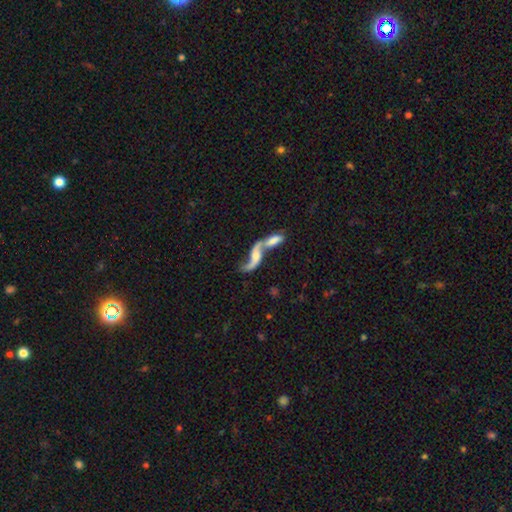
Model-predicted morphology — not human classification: This appears to be a featured or disk galaxy (70%) with no bar (59%), 2 (84%) loose (90%) spiral arms (82%) and a moderate central bulge (32%). Merging: merger (69%).